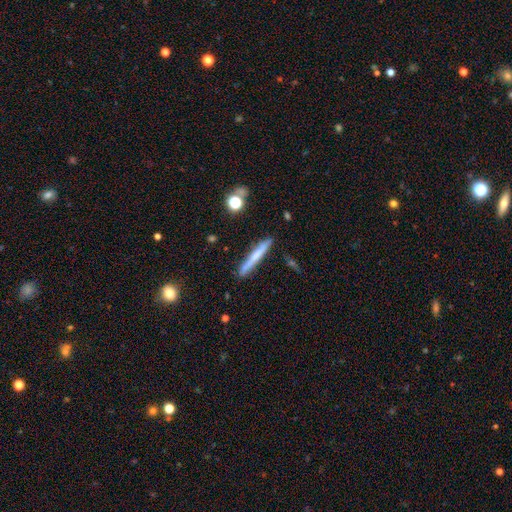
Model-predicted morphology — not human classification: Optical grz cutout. It shows a smooth galaxy with no disk features (55%) that is cigar-shaped (95%). Merging: none (86%).